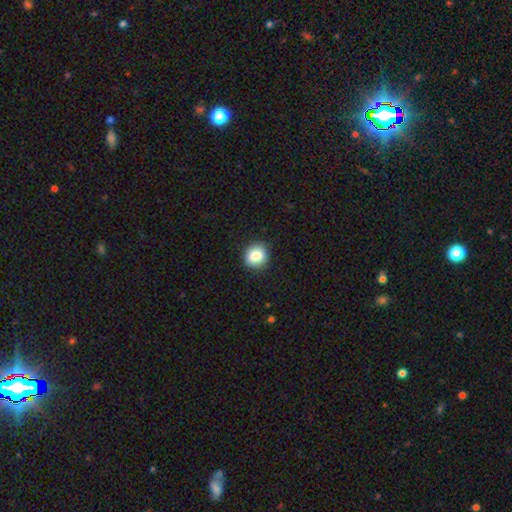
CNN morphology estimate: The model was most divided on "how rounded": round: 80%, in between: 19%, cigar-shaped: 1%. More confident: merging — none (89%); smooth or featured — smooth (85%).